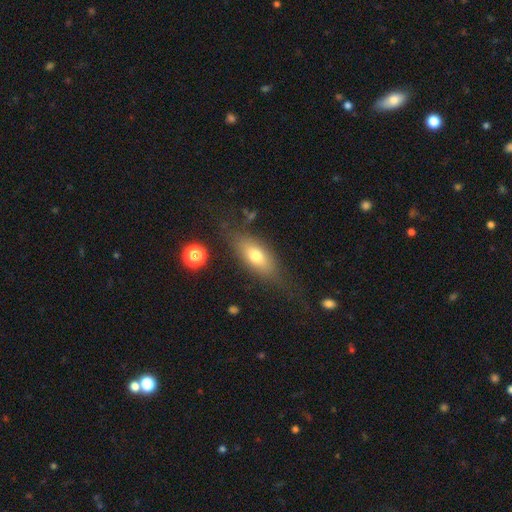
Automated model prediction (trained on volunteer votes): Morphology: type=smooth (69%); roundness=in between (78%); merging=none (69%).